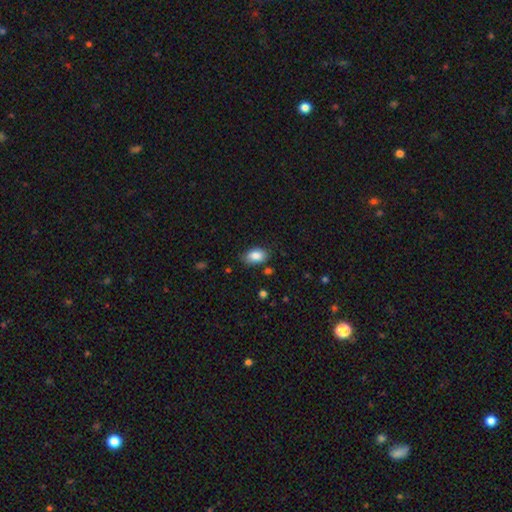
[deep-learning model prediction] Smooth or featured: smooth — 86% (star or artifact — 8%)
How rounded: in between — 87% (round — 11%)
Merging: none — 77% (minor disturbance — 17%)